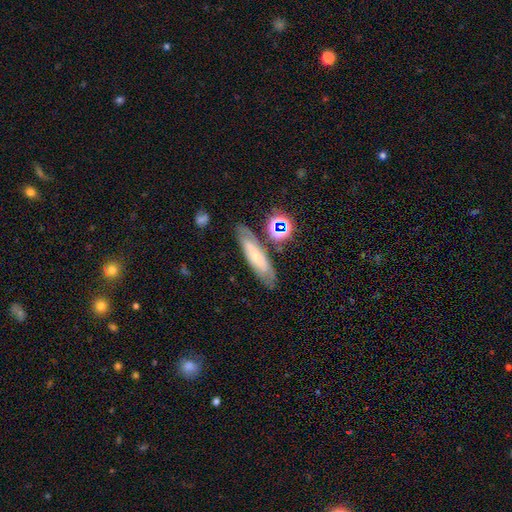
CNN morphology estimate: Smooth or featured? featured or disk (49%)
Merging? none (76%)